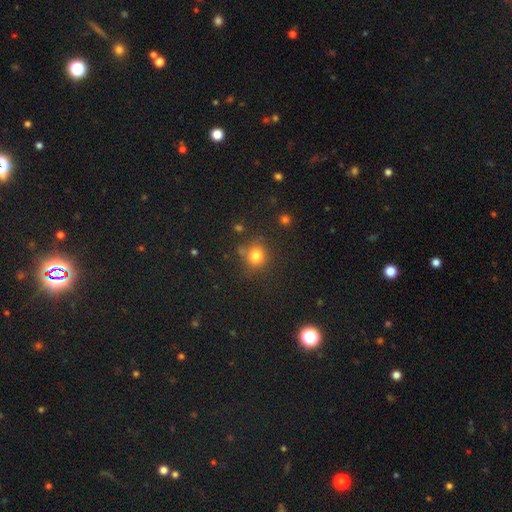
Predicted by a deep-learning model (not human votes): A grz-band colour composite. It shows a smooth galaxy with no disk features (79%) that is round (84%). Merging: none (74%).